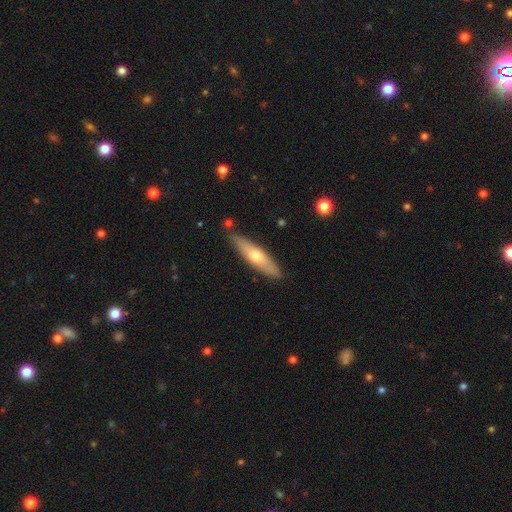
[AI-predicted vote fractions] A smooth galaxy with no disk features (53%) that is cigar-shaped (77%).

Vote fractions:
- Smooth or featured? smooth: 53% / featured or disk: 41% / star or artifact: 6%
- How rounded? cigar-shaped: 77% / in between: 21% / round: 2%
- Merging? none: 85% / minor disturbance: 10% / merger: 2% / major disturbance: 2%